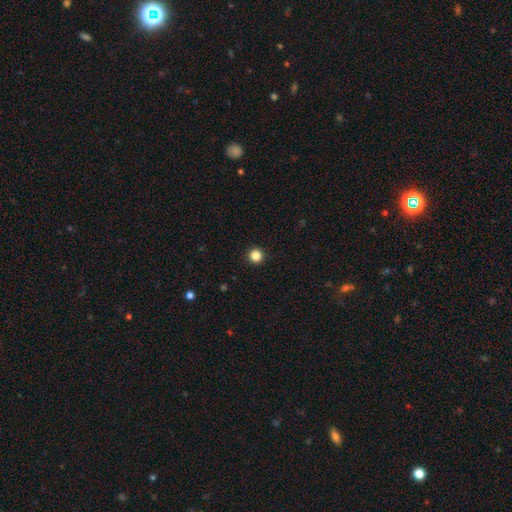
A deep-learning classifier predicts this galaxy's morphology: A smooth galaxy with no disk features (84%) that is round (96%).

Vote fractions:
- Smooth or featured? smooth: 84% / star or artifact: 12% / featured or disk: 3%
- How rounded? round: 96% / in between: 3% / cigar-shaped: 1%
- Merging? none: 93% / minor disturbance: 4% / major disturbance: 1% / merger: 1%